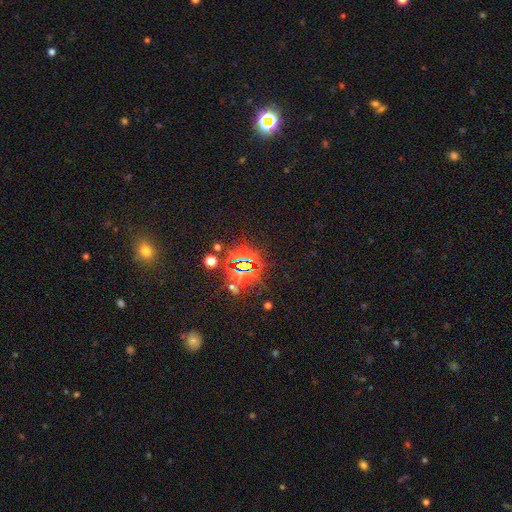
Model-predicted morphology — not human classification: Overall: star or artifact (83%).